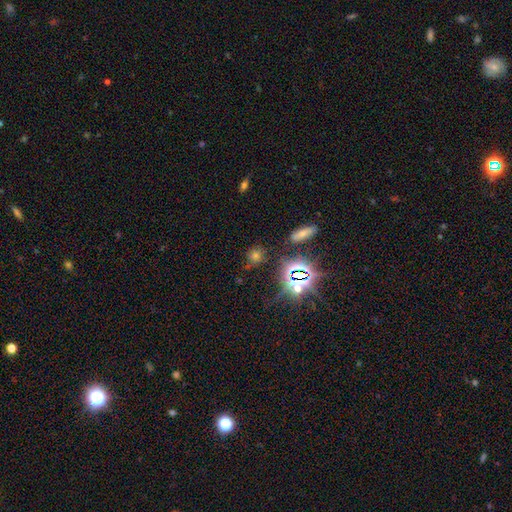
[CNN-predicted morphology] star or artifact 51%, smooth 38%, featured or disk 10%.